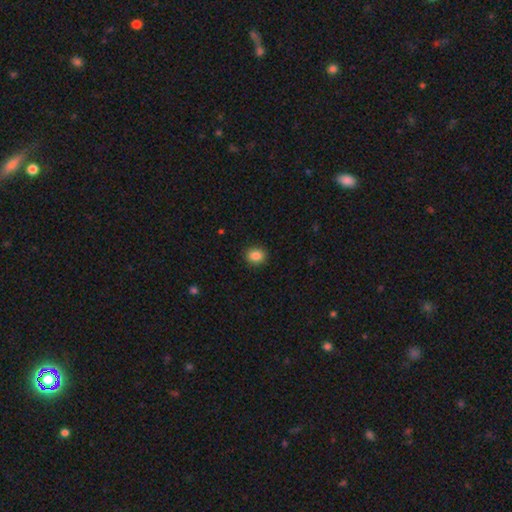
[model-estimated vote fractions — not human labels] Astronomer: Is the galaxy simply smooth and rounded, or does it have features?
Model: smooth — 86%.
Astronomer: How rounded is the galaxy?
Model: round — 63%.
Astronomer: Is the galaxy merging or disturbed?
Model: none — 90%.